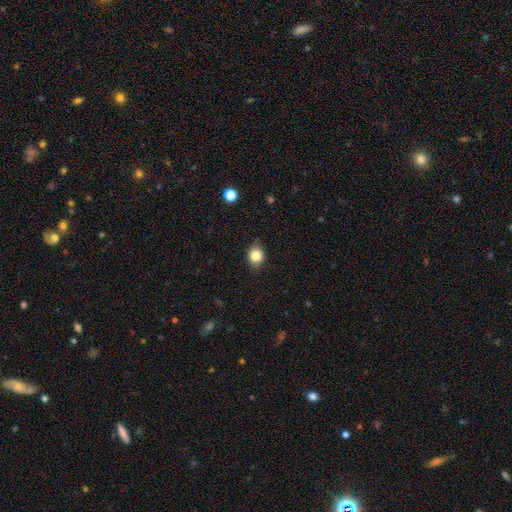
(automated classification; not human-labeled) Morphology: type=smooth (81%); roundness=round (60%); merging=none (77%).